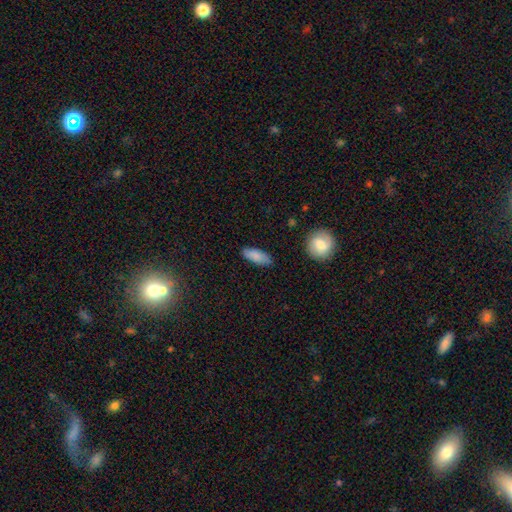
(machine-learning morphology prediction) Q: Smooth or featured?
A: smooth (85%); runner-up: featured or disk (8%)
Q: How rounded?
A: in between (75%); runner-up: cigar-shaped (23%)
Q: Merging?
A: none (83%); runner-up: minor disturbance (13%)